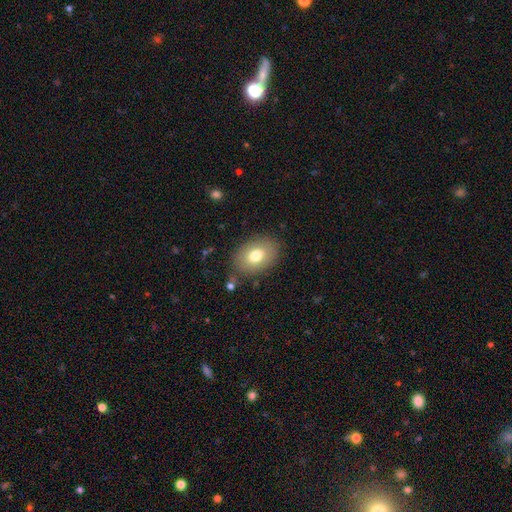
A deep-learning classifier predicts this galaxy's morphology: This appears to be a smooth galaxy with no disk features (75%) that is in between round and cigar-shaped (79%). Merging: none (82%).